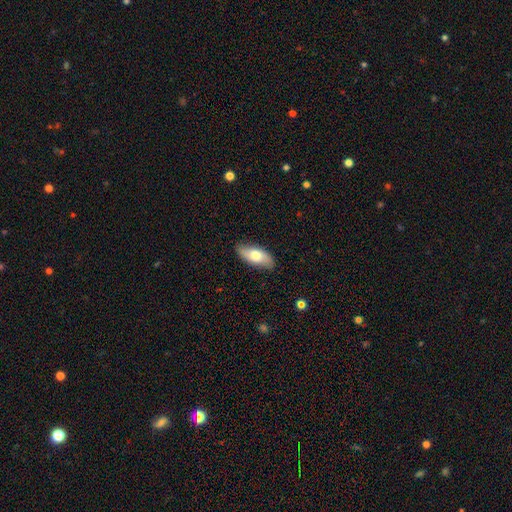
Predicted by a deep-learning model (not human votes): This appears to be a smooth galaxy with no disk features (63%) that is in between round and cigar-shaped (83%). Merging: none (84%).